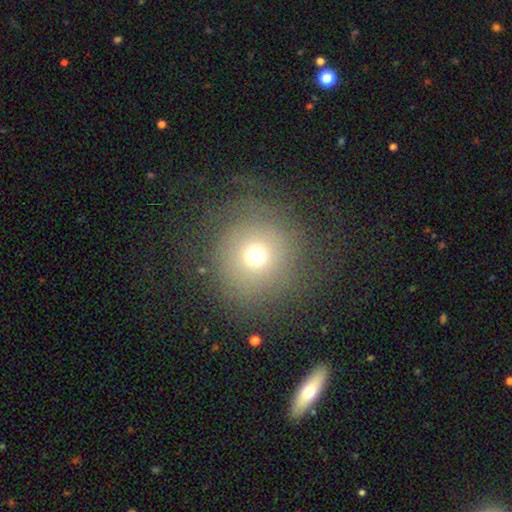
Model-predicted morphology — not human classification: smooth 63%, featured or disk 19%, star or artifact 18%. Down the decision tree: how rounded — round (93%); merging — none (70%).